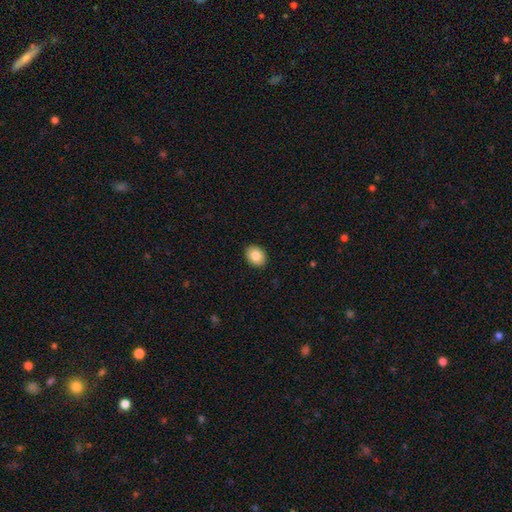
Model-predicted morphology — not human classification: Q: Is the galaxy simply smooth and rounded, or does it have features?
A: smooth — 85%.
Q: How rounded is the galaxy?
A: in between — 53%.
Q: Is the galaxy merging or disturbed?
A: none — 91%.